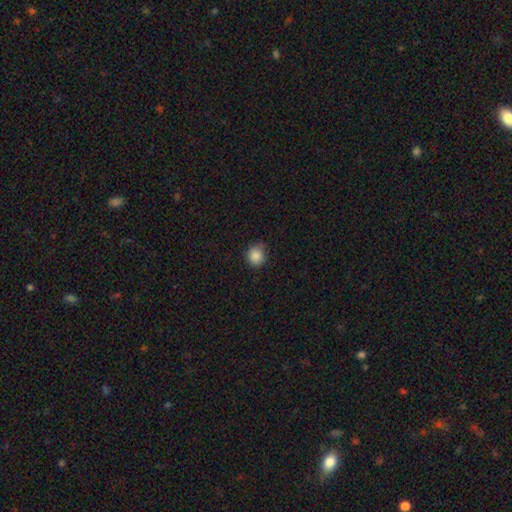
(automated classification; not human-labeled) A smooth galaxy with no disk features (86%) that is round (85%).

Vote fractions:
- Smooth or featured? smooth: 86% / star or artifact: 10% / featured or disk: 4%
- How rounded? round: 85% / in between: 14% / cigar-shaped: 1%
- Merging? none: 77% / minor disturbance: 19% / major disturbance: 3% / merger: 1%